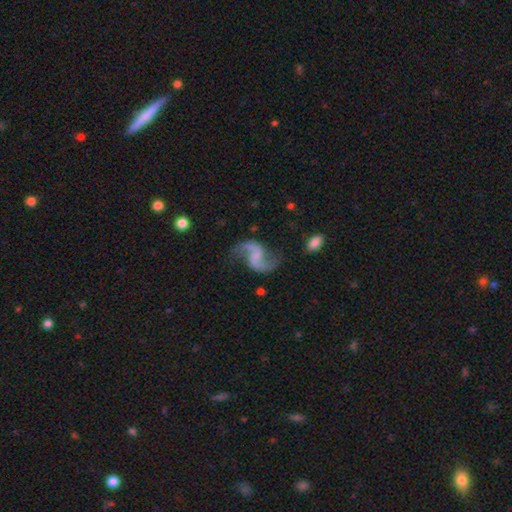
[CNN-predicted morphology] Smooth or featured? featured or disk (89%)
Edge-on disk? no (98%)
Bar? no (43%)
Spiral arms? yes (97%)
Spiral winding? loose (80%)
Spiral arm count? 2 (94%)
Bulge size? none (61%)
Merging? none (73%)